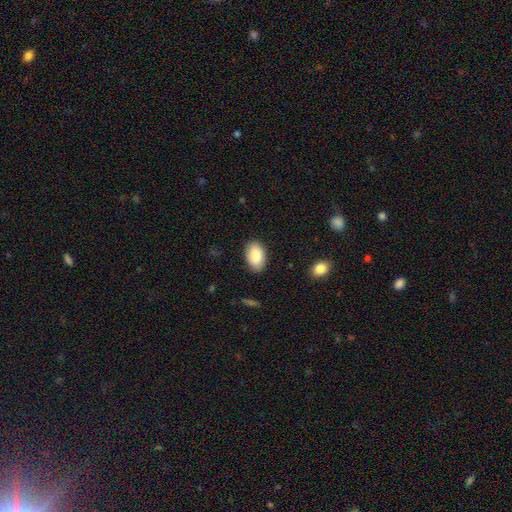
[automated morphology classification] Overall: smooth (88%). How rounded: in between (93%). Merging: none (87%).